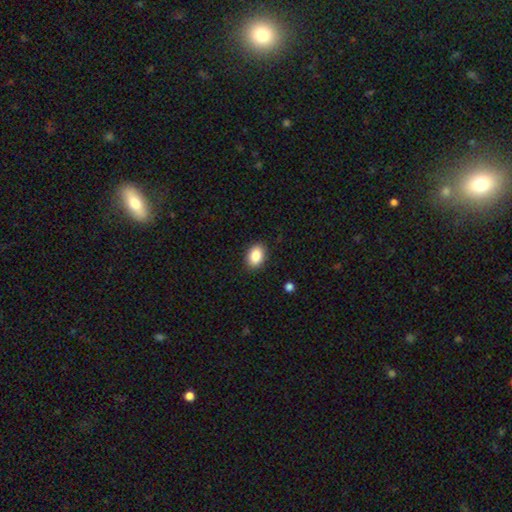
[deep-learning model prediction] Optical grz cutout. It shows a smooth galaxy with no disk features (88%) that is in between round and cigar-shaped (81%). Merging: none (89%).